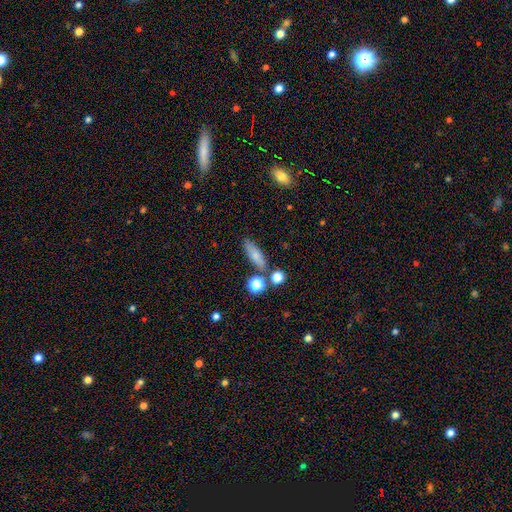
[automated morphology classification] smooth-or-featured: smooth: 74% | featured or disk: 16% | star or artifact: 10%
  how-rounded: cigar-shaped: 50% | in between: 44% | round: 6%
  merging: none: 70% | minor disturbance: 14% | merger: 11% | major disturbance: 5%